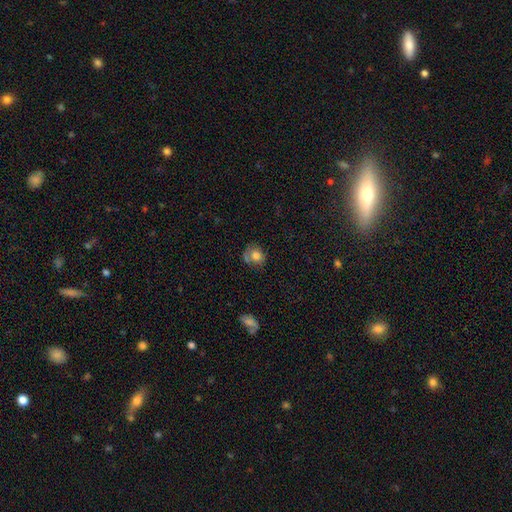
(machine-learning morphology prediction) smooth-or-featured: smooth: 74% | featured or disk: 16% | star or artifact: 10%
  how-rounded: round: 71% | in between: 28% | cigar-shaped: 1%
  merging: none: 56% | minor disturbance: 25% | major disturbance: 11% | merger: 9%